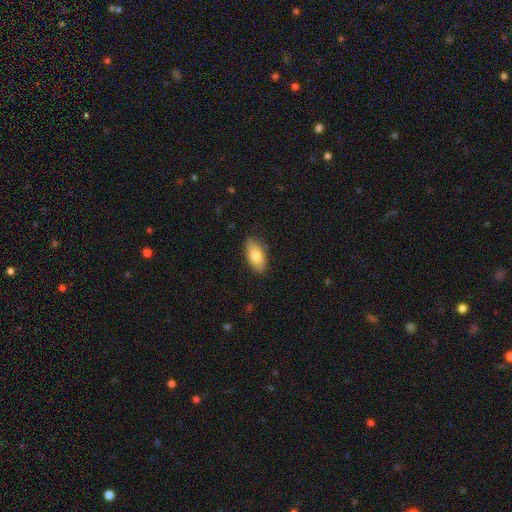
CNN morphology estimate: A smooth galaxy with no disk features (80%) that is in between round and cigar-shaped (91%). Merging: none (84%).